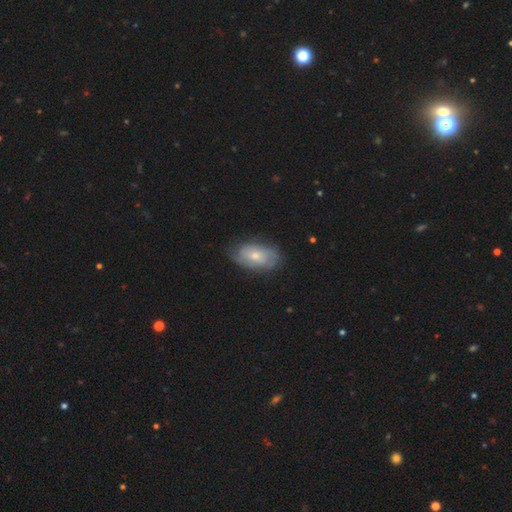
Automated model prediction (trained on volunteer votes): Morphology: type=featured or disk (48%); merging=none (70%).